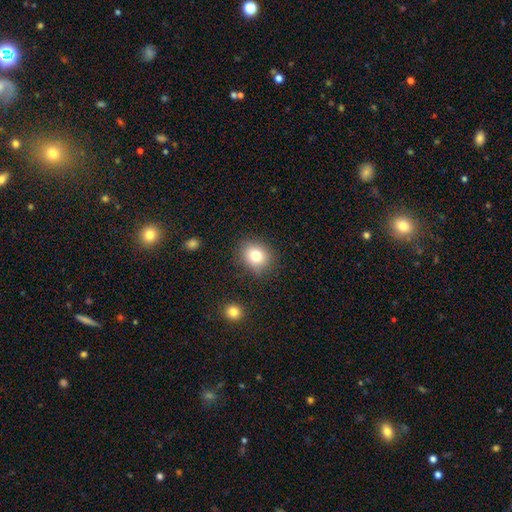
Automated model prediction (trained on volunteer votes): Smooth or featured? smooth (78%)
How rounded? round (70%)
Merging? none (84%)